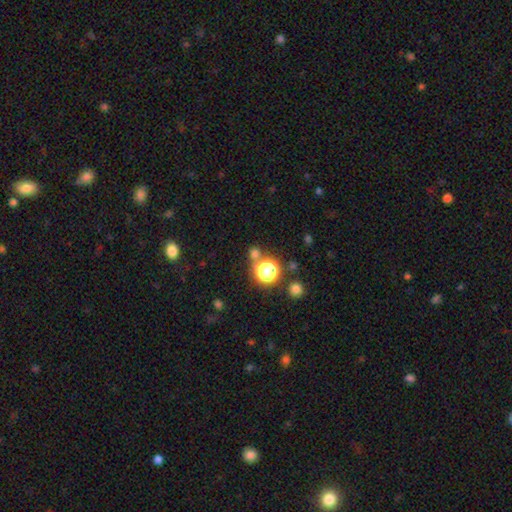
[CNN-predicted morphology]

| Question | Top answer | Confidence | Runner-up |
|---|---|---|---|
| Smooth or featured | star or artifact | 53% | smooth (39%) |